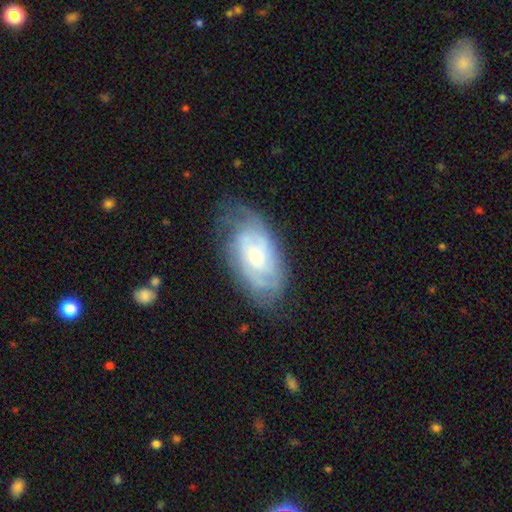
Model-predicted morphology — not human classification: Smooth or featured: featured or disk — 71% (smooth — 23%)
Edge-on disk: no — 94% (yes — 6%)
Bar: no — 68% (weak — 27%)
Spiral arms: yes — 87% (no — 13%)
Spiral winding: tight — 58% (medium — 32%)
Spiral arm count: can't tell — 51% (2 — 23%)
Bulge size: moderate — 45% (small — 44%)
Merging: none — 64% (minor disturbance — 24%)